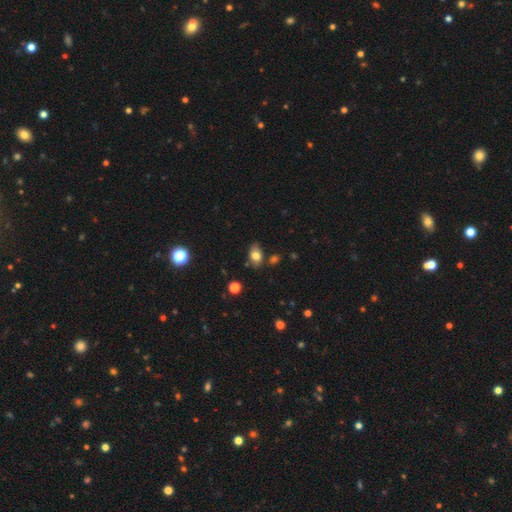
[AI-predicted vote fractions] smooth_or_featured: smooth (p=0.77) [alt: featured or disk p=0.12]
how_rounded: in between (p=0.80) [alt: round p=0.18]
merging: none (p=0.69) [alt: minor disturbance p=0.21]